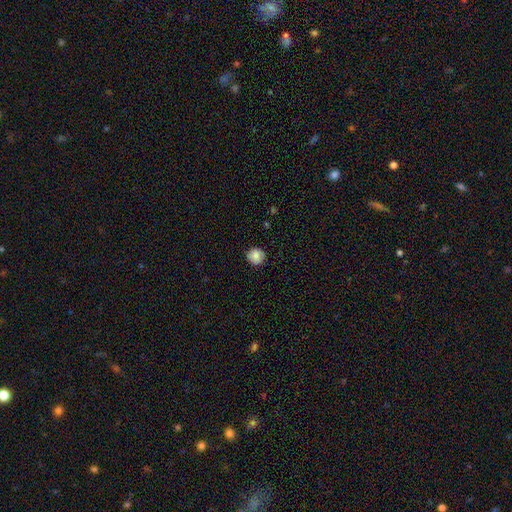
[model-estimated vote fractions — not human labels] Smooth or featured?
  - smooth: 81% *
  - featured or disk: 11%
  - star or artifact: 9%
How rounded?
  - round: 91% *
  - in between: 8%
  - cigar-shaped: 1%
Merging?
  - none: 86% *
  - minor disturbance: 11%
  - major disturbance: 2%
  - merger: 1%